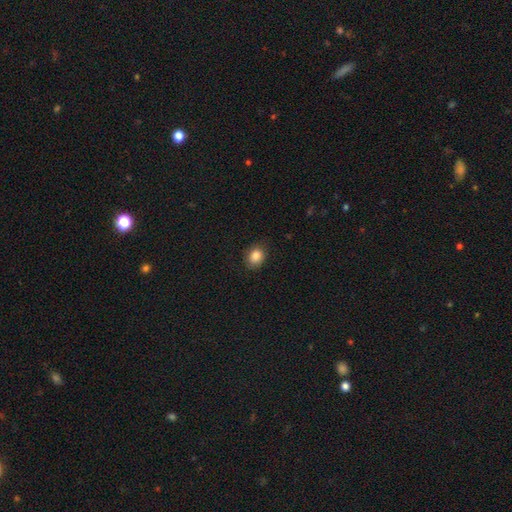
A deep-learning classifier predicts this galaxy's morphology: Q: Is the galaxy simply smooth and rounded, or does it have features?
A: smooth — 85%.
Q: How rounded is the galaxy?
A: round — 50%.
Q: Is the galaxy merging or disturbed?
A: none — 83%.